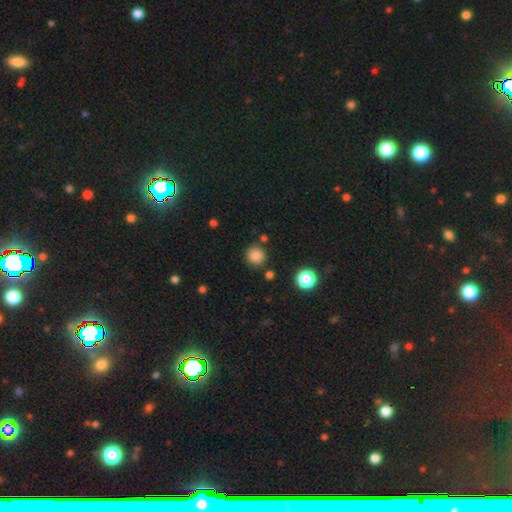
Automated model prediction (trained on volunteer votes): smooth 84%, star or artifact 12%, featured or disk 4%. Down the decision tree: how rounded — round (90%); merging — none (84%).